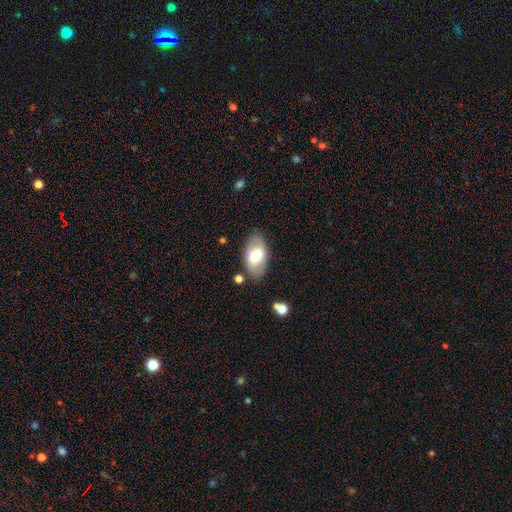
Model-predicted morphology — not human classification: type=smooth (62%); roundness=in between (93%); merging=none (80%).